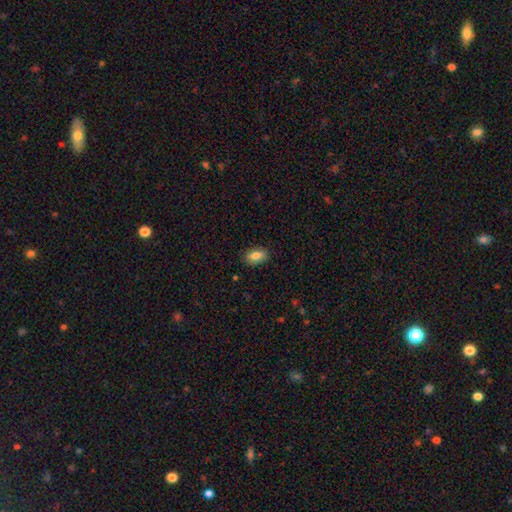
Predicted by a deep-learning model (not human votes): Smooth or featured: smooth — 79% (featured or disk — 13%)
How rounded: in between — 89% (round — 6%)
Merging: none — 86% (minor disturbance — 11%)